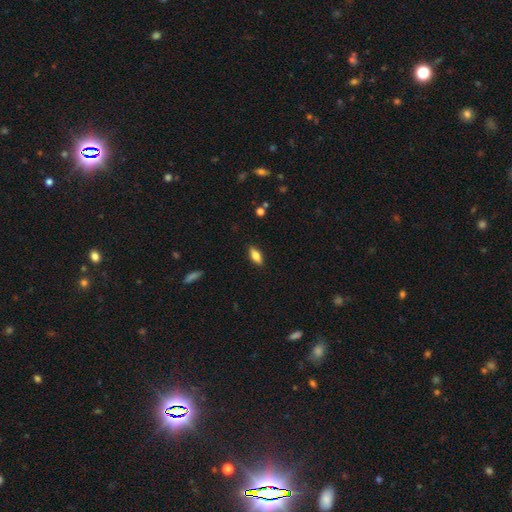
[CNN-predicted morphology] smooth_or_featured: smooth (p=0.75) [alt: featured or disk p=0.17]
how_rounded: in between (p=0.80) [alt: cigar-shaped p=0.17]
merging: none (p=0.88) [alt: minor disturbance p=0.09]